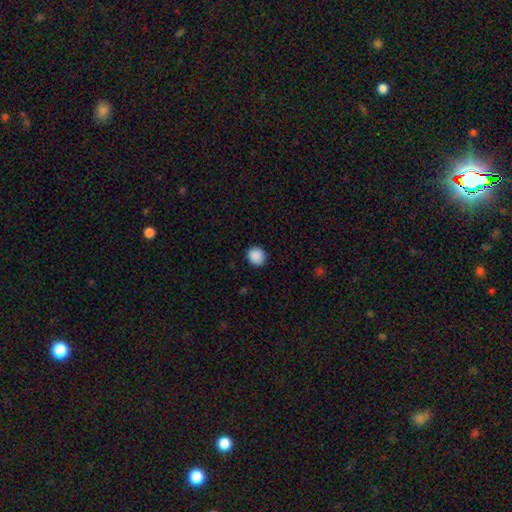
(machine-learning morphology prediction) type=smooth (89%); roundness=round (84%); merging=none (89%).